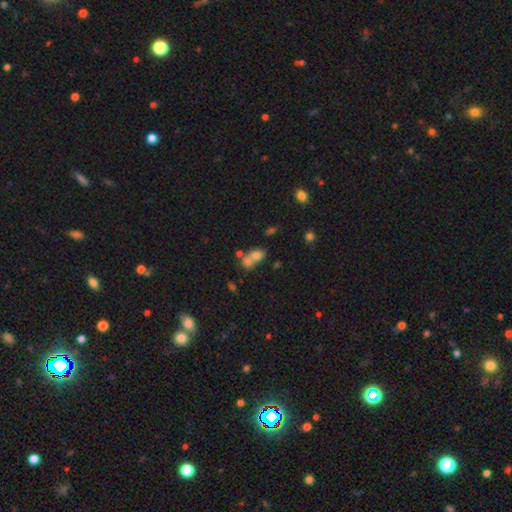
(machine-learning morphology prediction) smooth-or-featured: smooth: 69% | featured or disk: 17% | star or artifact: 13%
  how-rounded: in between: 67% | round: 30% | cigar-shaped: 3%
  merging: merger: 59% | none: 24% | minor disturbance: 10% | major disturbance: 7%